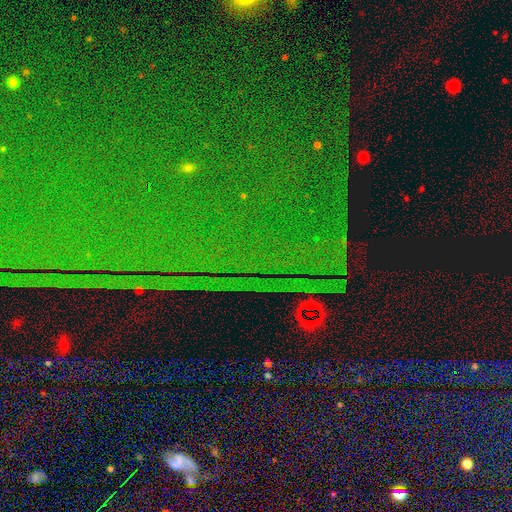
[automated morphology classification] A star or artifact, not a galaxy (87%).